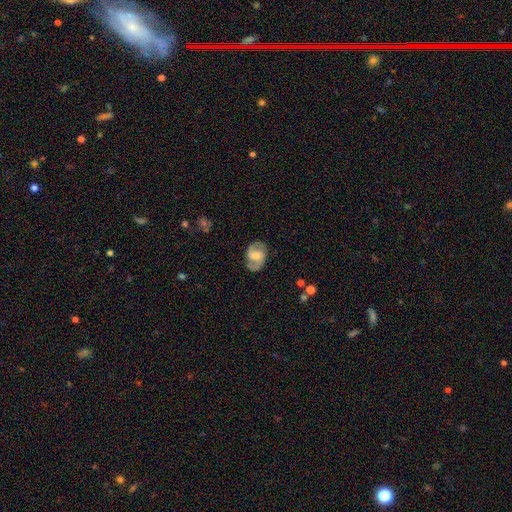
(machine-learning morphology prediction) featured or disk 74%, smooth 20%, star or artifact 6%. Down the decision tree: edge-on disk — no (97%); bar — weak (51%); spiral arms — yes (91%); spiral arm count — 2 (89%); spiral winding — medium (52%); bulge size — moderate (37%); merging — none (78%).